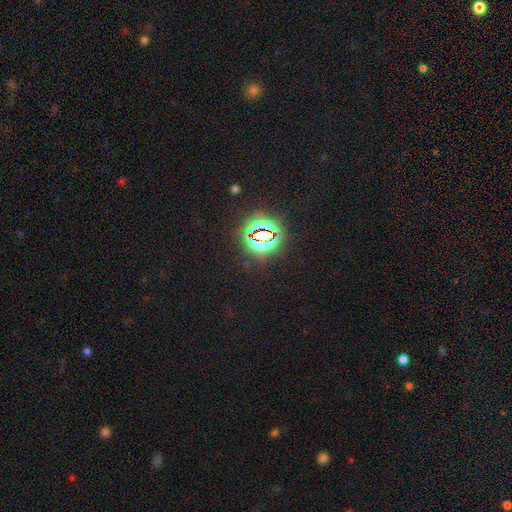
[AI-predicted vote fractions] The model was most divided on "smooth or featured": star or artifact: 81%, smooth: 13%, featured or disk: 6%.